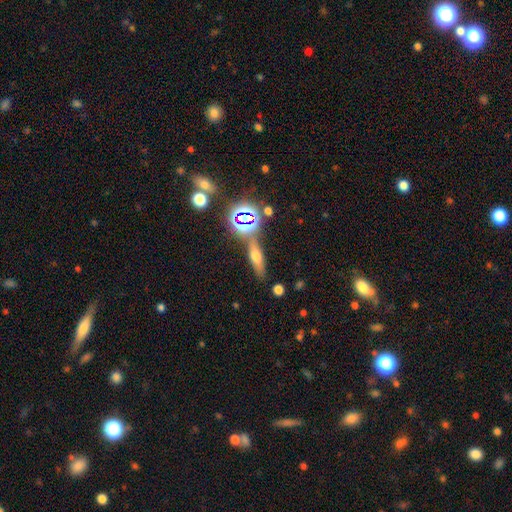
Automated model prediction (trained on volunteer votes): A smooth galaxy with no disk features (44%).

Vote fractions:
- Smooth or featured? smooth: 44% / featured or disk: 34% / star or artifact: 22%
- Merging? none: 73% / minor disturbance: 12% / merger: 10% / major disturbance: 4%